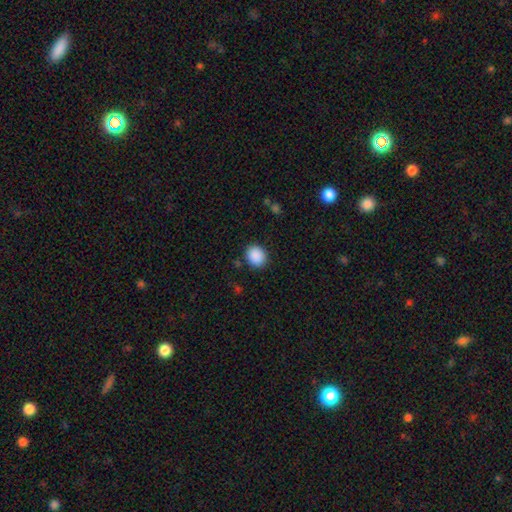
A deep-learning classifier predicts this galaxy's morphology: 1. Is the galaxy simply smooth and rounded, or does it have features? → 89% smooth, 8% star or artifact, 3% featured or disk.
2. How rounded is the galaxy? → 68% round, 31% in between, 1% cigar-shaped.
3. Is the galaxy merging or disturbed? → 87% none, 9% minor disturbance, 3% major disturbance, 2% merger.